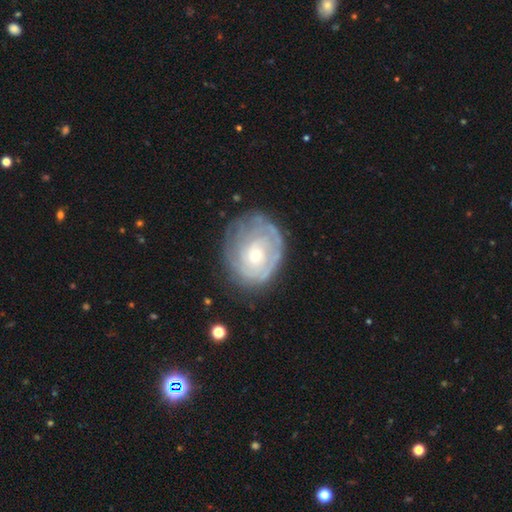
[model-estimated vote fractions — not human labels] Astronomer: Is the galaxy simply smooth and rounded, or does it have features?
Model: featured or disk — 76%.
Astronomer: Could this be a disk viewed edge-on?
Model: no — 97%.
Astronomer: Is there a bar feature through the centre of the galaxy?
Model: no — 77%.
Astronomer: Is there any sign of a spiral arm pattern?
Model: yes — 82%.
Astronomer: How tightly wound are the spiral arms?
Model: tight — 75%.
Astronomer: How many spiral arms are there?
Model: can't tell — 57%.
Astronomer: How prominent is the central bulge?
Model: small — 60% (runner-up: moderate, 36%).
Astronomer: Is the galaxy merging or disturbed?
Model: none — 64%.